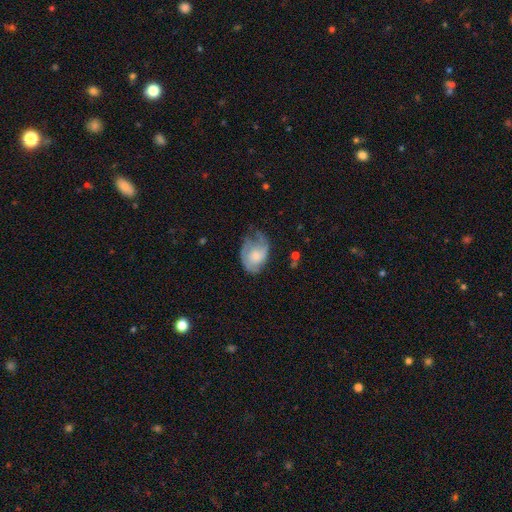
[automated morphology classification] A featured or disk galaxy (52%).

Vote fractions:
- Smooth or featured? featured or disk: 52% / smooth: 41% / star or artifact: 7%
- Edge-on disk? no: 97% / yes: 3%
- Merging? none: 36% / minor disturbance: 33% / major disturbance: 28% / merger: 2%